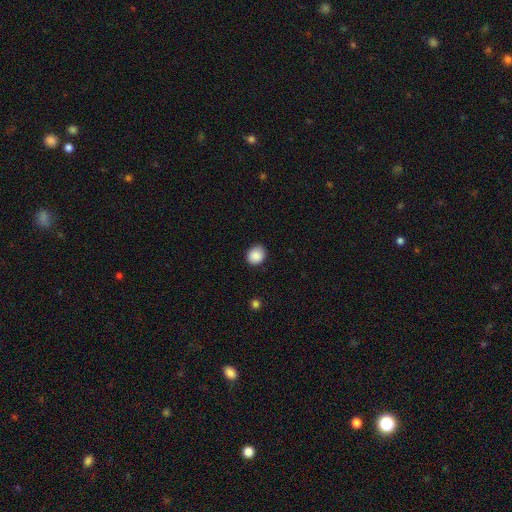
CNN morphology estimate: type=smooth (89%); roundness=round (67%); merging=none (86%).